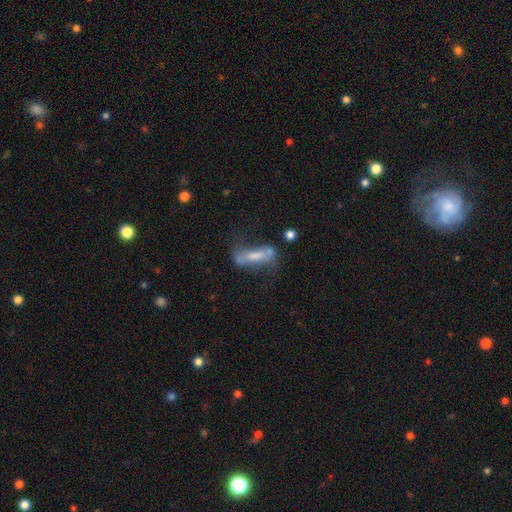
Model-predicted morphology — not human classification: A featured or disk galaxy (52%). Merging: none (39%).